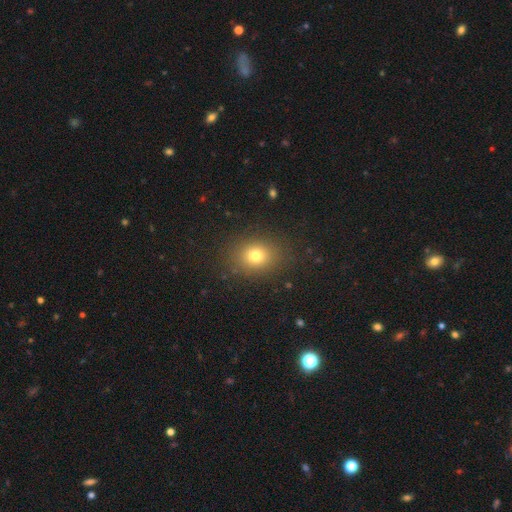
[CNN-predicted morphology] Smooth or featured? Predicted: smooth (p=0.76). How rounded? Predicted: round (p=0.55). Merging? Predicted: none (p=0.86).